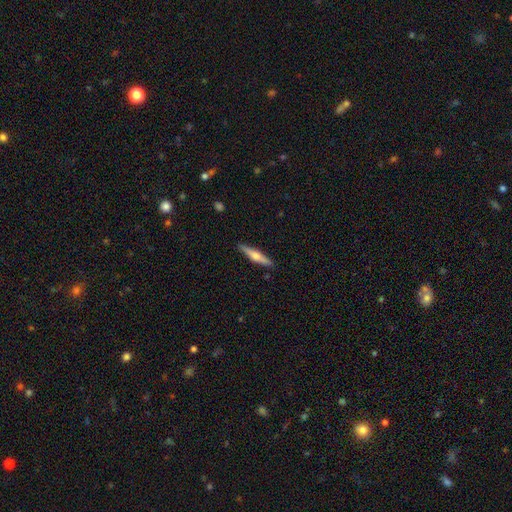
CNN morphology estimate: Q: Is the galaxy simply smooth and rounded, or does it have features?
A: featured or disk — 58%.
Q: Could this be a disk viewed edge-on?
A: yes — 97%.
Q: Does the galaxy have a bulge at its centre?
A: rounded — 91%.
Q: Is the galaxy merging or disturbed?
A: none — 90%.